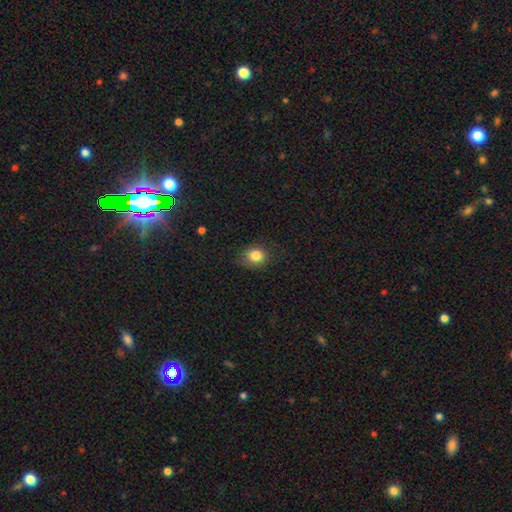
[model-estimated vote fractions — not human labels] smooth_or_featured: smooth (p=0.83) [alt: star or artifact p=0.11]
how_rounded: round (p=0.63) [alt: in between p=0.36]
merging: none (p=0.76) [alt: minor disturbance p=0.18]